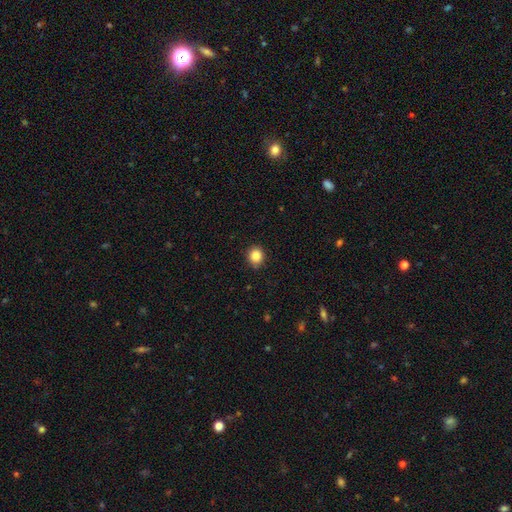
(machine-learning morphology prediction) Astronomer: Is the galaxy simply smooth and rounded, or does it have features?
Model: smooth — 86%.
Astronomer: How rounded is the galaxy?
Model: round — 82%.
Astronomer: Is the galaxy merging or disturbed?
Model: none — 87%.